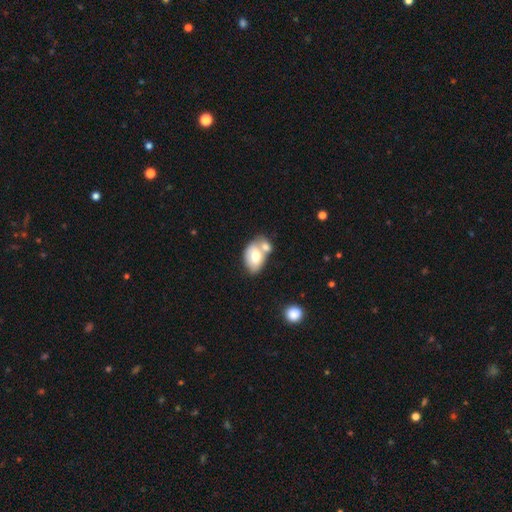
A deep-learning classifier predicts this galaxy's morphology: Overall: smooth (64%; featured or disk 29%). How rounded: in between (88%). Merging: merger (54%; none 29%).